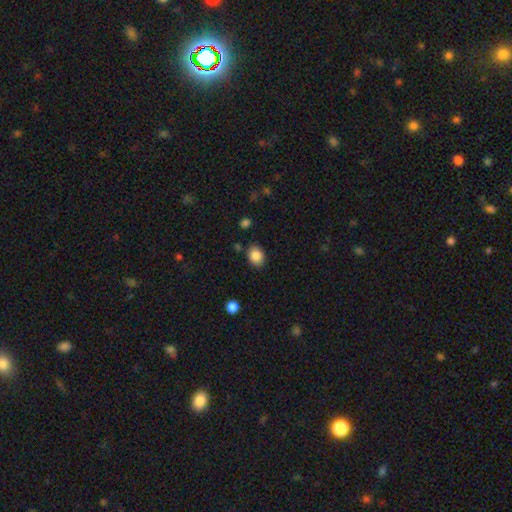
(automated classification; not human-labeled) Smooth or featured? smooth (86%)
How rounded? in between (54%)
Merging? none (83%)